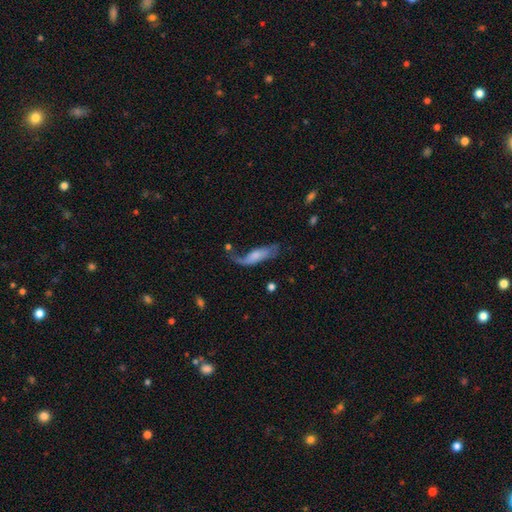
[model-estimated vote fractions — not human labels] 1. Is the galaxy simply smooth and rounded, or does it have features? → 54% smooth, 39% featured or disk, 7% star or artifact.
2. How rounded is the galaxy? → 49% in between, 48% cigar-shaped, 3% round.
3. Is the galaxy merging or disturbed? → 34% major disturbance, 33% none, 25% minor disturbance, 8% merger.